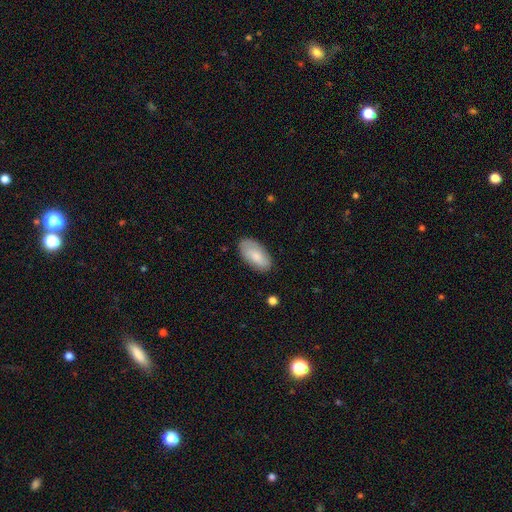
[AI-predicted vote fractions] Smooth or featured? Predicted: smooth (p=0.79). How rounded? Predicted: in between (p=0.94). Merging? Predicted: none (p=0.81).